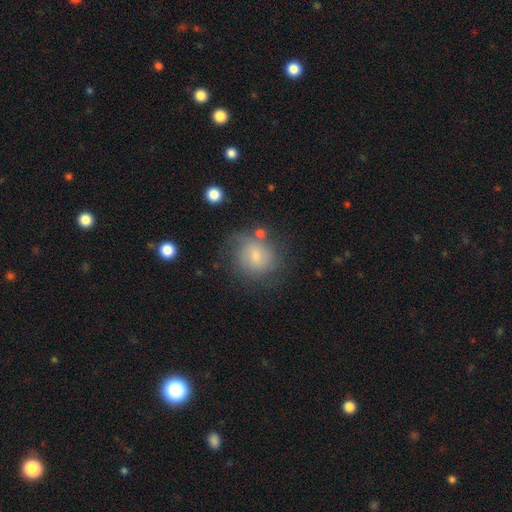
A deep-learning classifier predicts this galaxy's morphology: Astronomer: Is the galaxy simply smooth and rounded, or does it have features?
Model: smooth — 55% (runner-up: featured or disk, 35%).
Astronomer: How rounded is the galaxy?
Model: round — 80%.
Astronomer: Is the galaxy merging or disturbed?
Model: none — 64%.